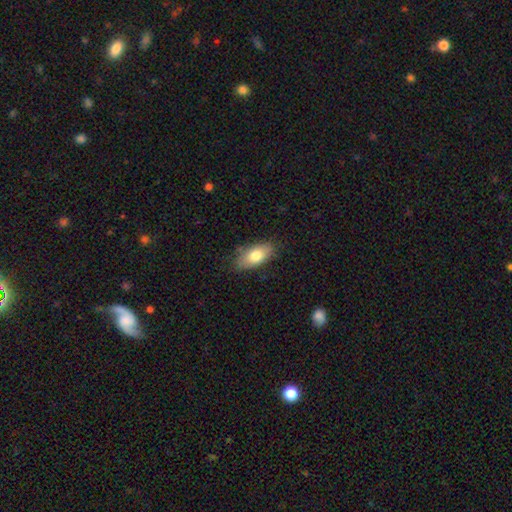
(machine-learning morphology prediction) smooth 75%, featured or disk 18%, star or artifact 7%. Down the decision tree: how rounded — in between (90%); merging — none (79%).